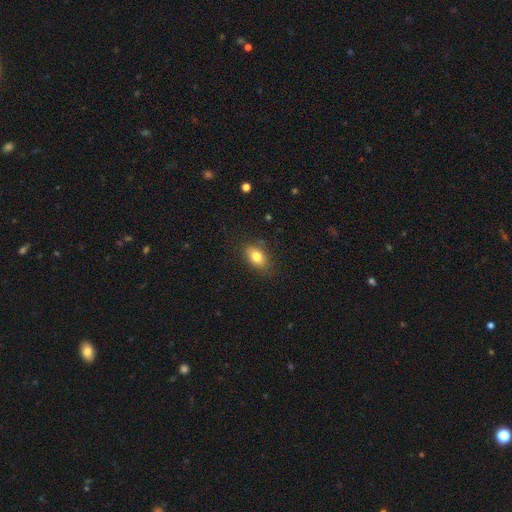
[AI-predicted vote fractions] Smooth or featured?
  - smooth: 80% *
  - featured or disk: 11%
  - star or artifact: 9%
How rounded?
  - in between: 83% *
  - round: 15%
  - cigar-shaped: 3%
Merging?
  - none: 79% *
  - minor disturbance: 16%
  - major disturbance: 4%
  - merger: 1%